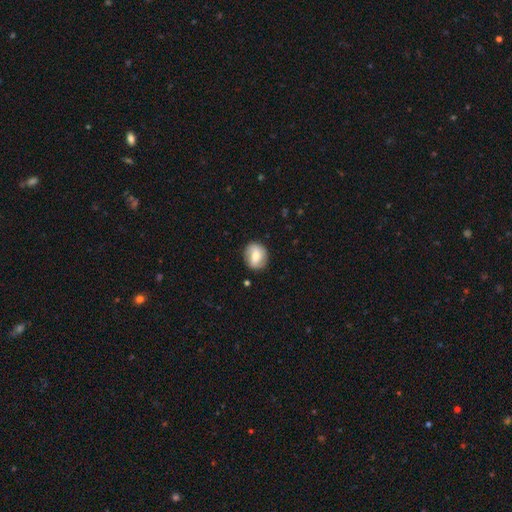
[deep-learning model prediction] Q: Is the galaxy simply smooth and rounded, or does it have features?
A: smooth — 54%.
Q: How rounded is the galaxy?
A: round — 65%.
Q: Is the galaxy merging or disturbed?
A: none — 82%.